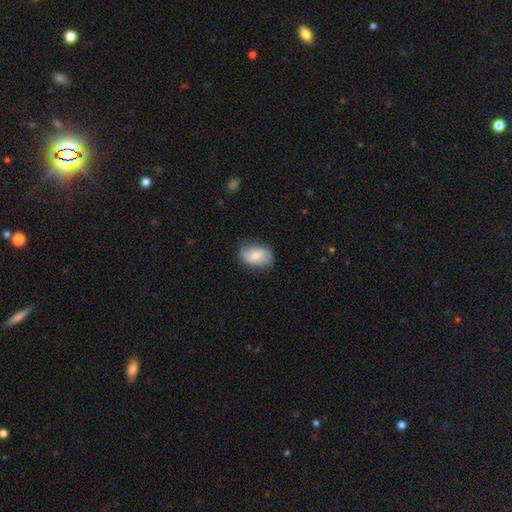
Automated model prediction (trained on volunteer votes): Overall: smooth (63%; featured or disk 30%). How rounded: in between (84%). Merging: none (68%).